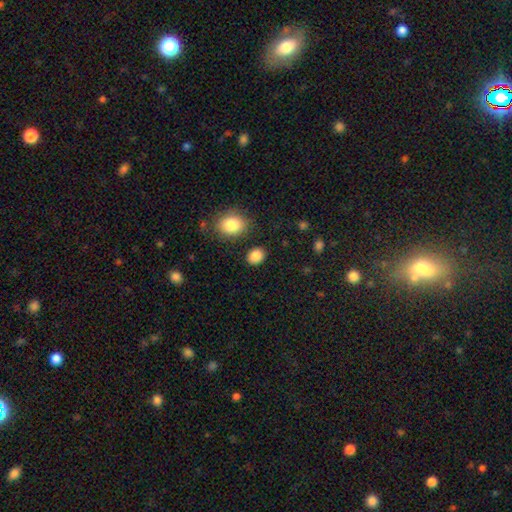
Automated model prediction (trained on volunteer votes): Morphology: type=smooth (87%); roundness=in between (58%); merging=none (85%).